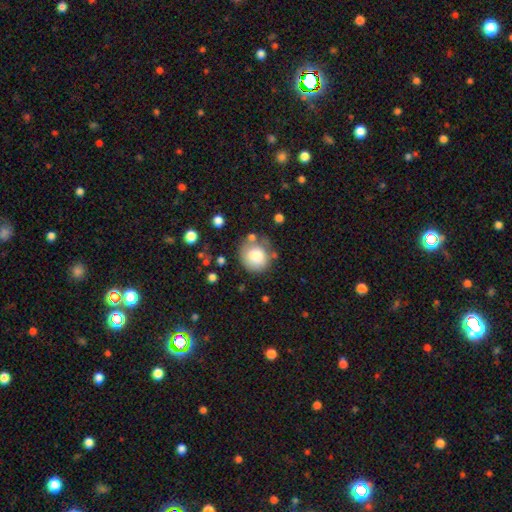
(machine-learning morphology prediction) Smooth or featured: smooth — 79% (featured or disk — 12%)
How rounded: round — 85% (in between — 14%)
Merging: none — 64% (minor disturbance — 20%)